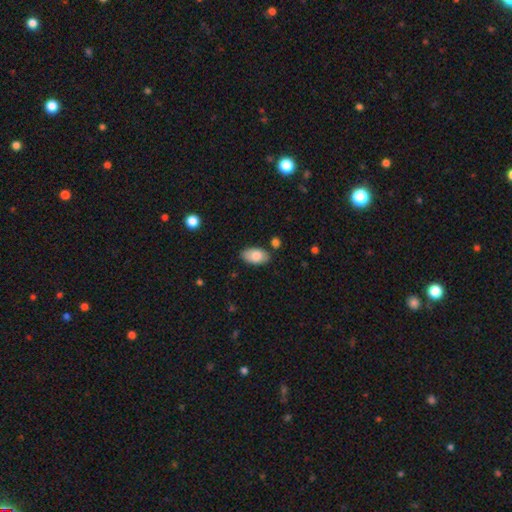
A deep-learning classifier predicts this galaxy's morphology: Smooth or featured? smooth (83%)
How rounded? in between (94%)
Merging? none (81%)